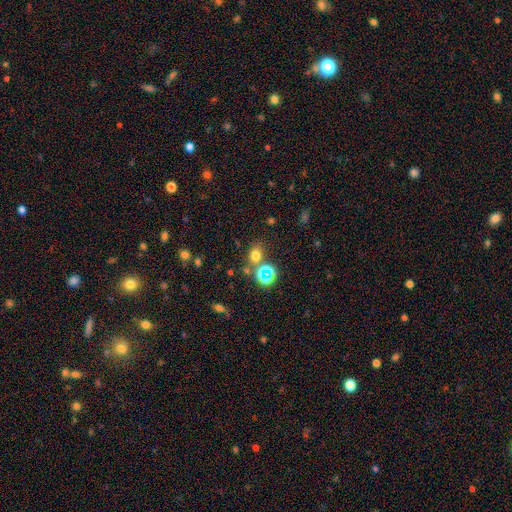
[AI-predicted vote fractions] Smooth or featured: smooth — 65% (star or artifact — 27%)
How rounded: round — 57% (in between — 42%)
Merging: none — 69% (merger — 16%)